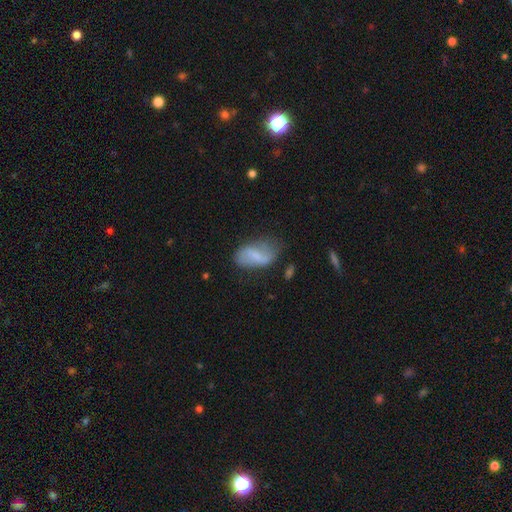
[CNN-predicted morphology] Q: Smooth or featured?
A: smooth (51%); runner-up: featured or disk (41%)
Q: How rounded?
A: in between (90%); runner-up: round (5%)
Q: Merging?
A: none (52%); runner-up: minor disturbance (30%)